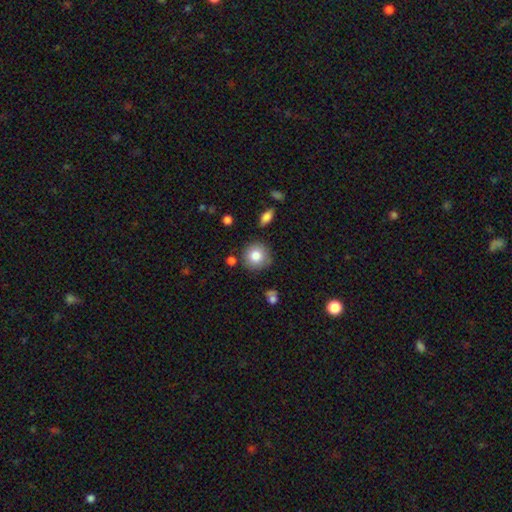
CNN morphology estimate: Smooth or featured? smooth (81%)
How rounded? round (92%)
Merging? none (82%)